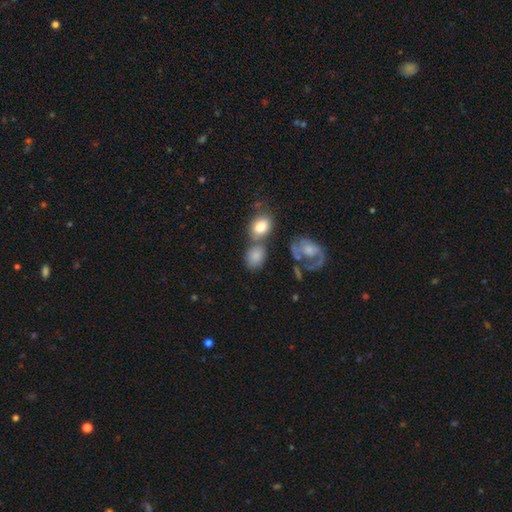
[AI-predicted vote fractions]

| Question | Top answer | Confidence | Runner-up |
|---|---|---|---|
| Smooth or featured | smooth | 75% | featured or disk (15%) |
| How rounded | in between | 62% | round (36%) |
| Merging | none | 47% | merger (29%) |